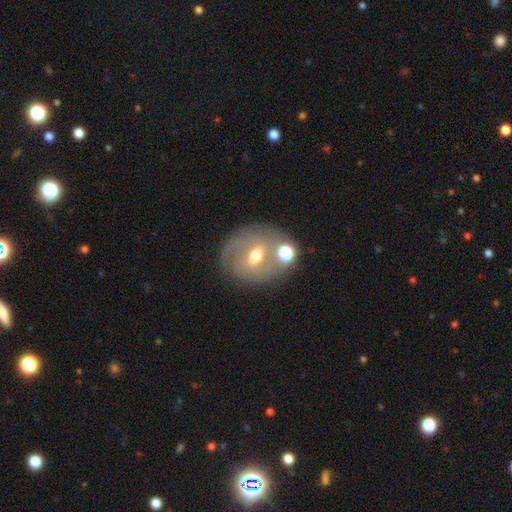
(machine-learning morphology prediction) smooth-or-featured: featured or disk: 60% | smooth: 29% | star or artifact: 11%
  disk-edge-on: no: 92% | yes: 8%
    bar: weak: 48% | strong: 31% | no: 21%
    has-spiral-arms: yes: 55% | no: 45%
    bulge-size: moderate: 69% | small: 24% | large: 5% | none: 2% | dominant: 1%
  merging: none: 66% | merger: 14% | minor disturbance: 14% | major disturbance: 6%